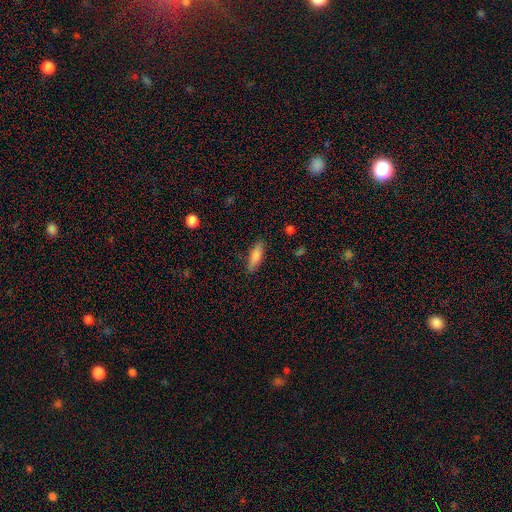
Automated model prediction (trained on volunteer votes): smooth_or_featured: smooth (p=0.81) [alt: featured or disk p=0.12]
how_rounded: cigar-shaped (p=0.52) [alt: in between p=0.46]
merging: none (p=0.83) [alt: minor disturbance p=0.13]